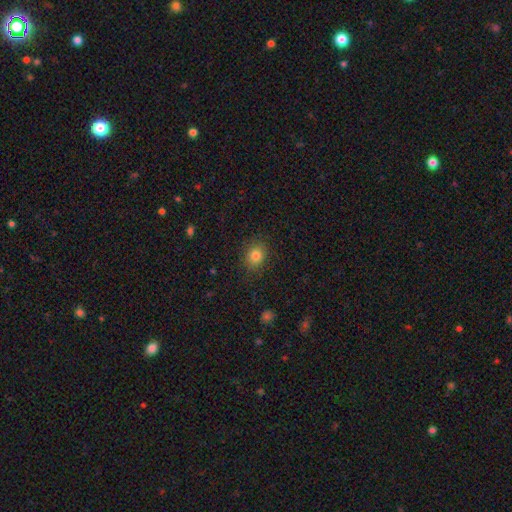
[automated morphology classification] This is clearly a smooth galaxy (82%). How rounded: likely round (61%). Merging: clearly none (86%).